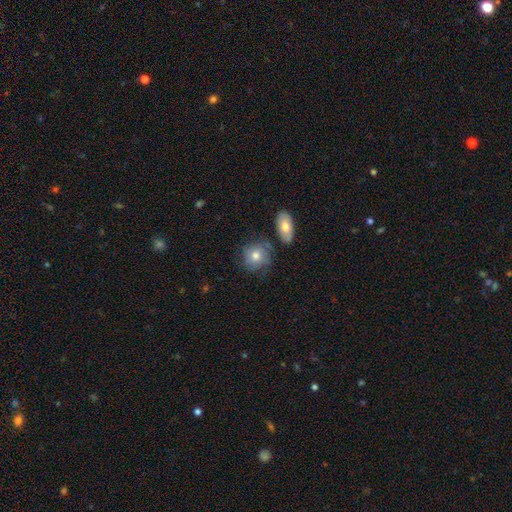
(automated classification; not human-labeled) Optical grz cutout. It shows a smooth galaxy with no disk features (73%) that is round (77%). Merging: none (65%).